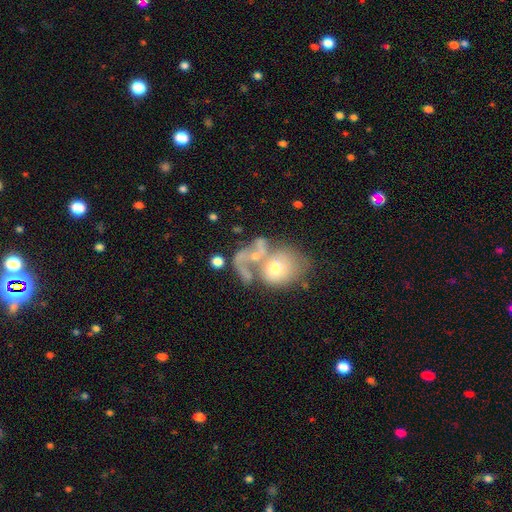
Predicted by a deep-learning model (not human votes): A featured or disk galaxy (52%). Merging: merger (58%).